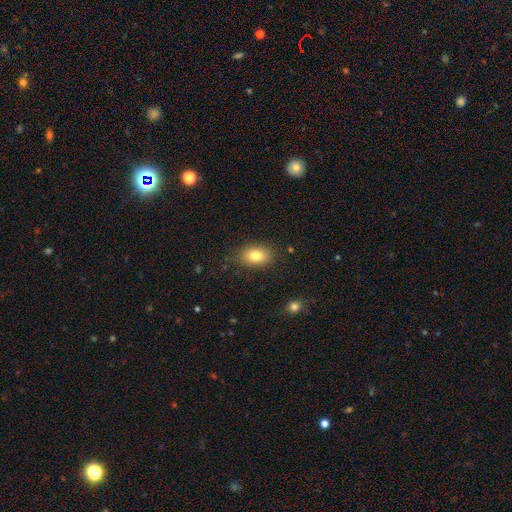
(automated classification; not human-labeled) smooth-or-featured: smooth: 80% | featured or disk: 11% | star or artifact: 9%
  how-rounded: in between: 81% | round: 18% | cigar-shaped: 2%
  merging: none: 84% | minor disturbance: 12% | major disturbance: 3% | merger: 1%